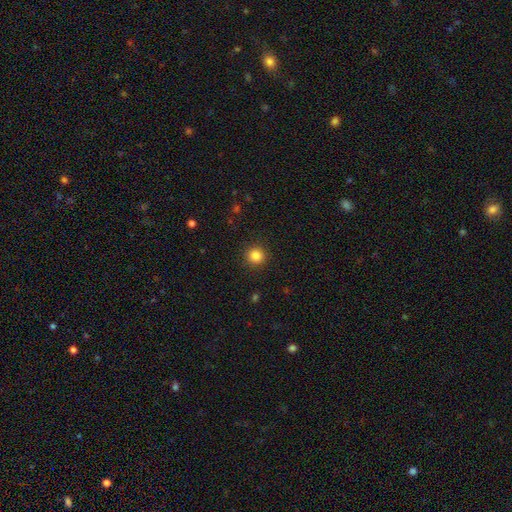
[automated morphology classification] This appears to be a smooth galaxy with no disk features (84%) that is round (94%). Merging: none (92%).